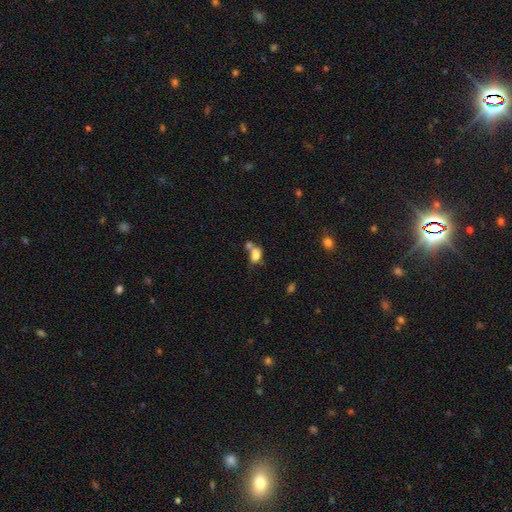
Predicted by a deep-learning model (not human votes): Smooth or featured? smooth (76%)
How rounded? in between (75%)
Merging? merger (49%)